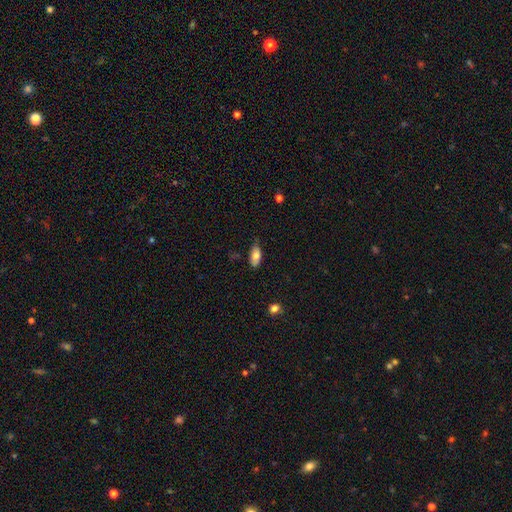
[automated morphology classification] smooth-or-featured: smooth: 75% | featured or disk: 18% | star or artifact: 7%
  how-rounded: in between: 89% | cigar-shaped: 8% | round: 3%
  merging: none: 71% | minor disturbance: 24% | major disturbance: 4% | merger: 2%